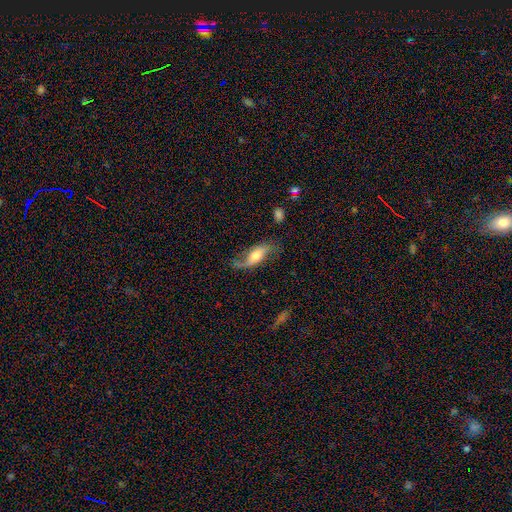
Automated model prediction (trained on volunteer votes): A featured or disk galaxy (63%) with no bar (54%), spiral arms (87%) and a moderate central bulge (57%).

Vote fractions:
- Smooth or featured? featured or disk: 63% / smooth: 30% / star or artifact: 7%
- Edge-on disk? no: 83% / yes: 17%
- Bar? no: 54% / weak: 32% / strong: 13%
- Spiral arms? yes: 87% / no: 13%
- Bulge size? moderate: 57% / large: 19% / small: 19% / none: 3% / dominant: 3%
- Merging? none: 56% / minor disturbance: 25% / major disturbance: 16% / merger: 3%